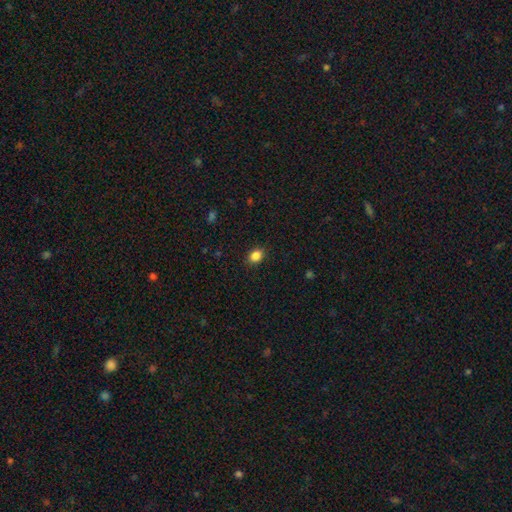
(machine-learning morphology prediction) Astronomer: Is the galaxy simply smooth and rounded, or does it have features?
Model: smooth — 86%.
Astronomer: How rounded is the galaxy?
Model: in between — 68%.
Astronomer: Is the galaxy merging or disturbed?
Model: none — 88%.